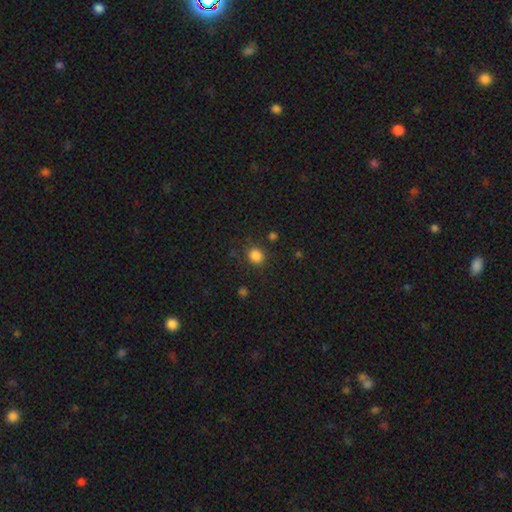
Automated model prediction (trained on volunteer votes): A smooth galaxy with no disk features (84%) that is round (82%). Merging: none (84%).